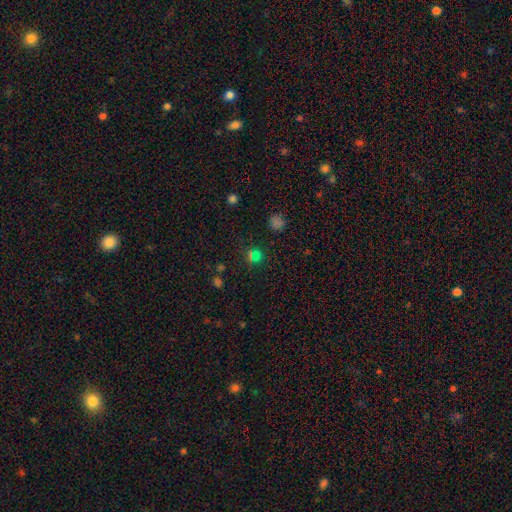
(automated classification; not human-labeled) Smooth or featured: smooth — 50% (star or artifact — 43%)
How rounded: round — 88% (in between — 10%)
Merging: none — 79% (minor disturbance — 10%)